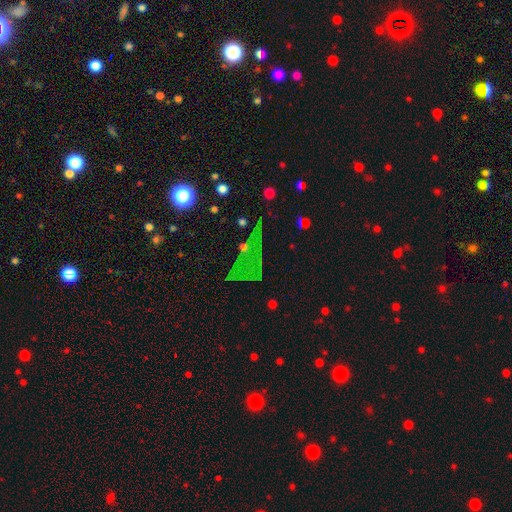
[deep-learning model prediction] Smooth or featured: star or artifact — 62% (smooth — 21%)